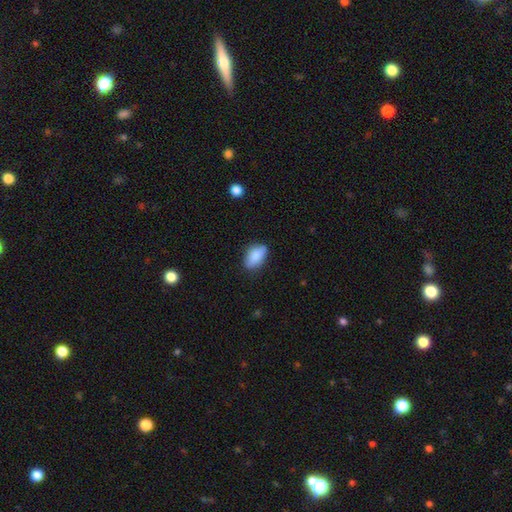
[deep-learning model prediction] This appears to be a smooth galaxy with no disk features (86%) that is in between round and cigar-shaped (90%). Merging: none (75%).